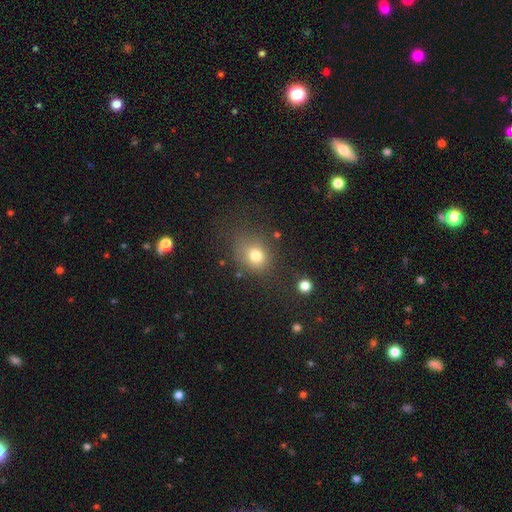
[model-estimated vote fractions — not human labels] The model was most divided on "how rounded": round: 62%, in between: 37%, cigar-shaped: 1%. More confident: smooth or featured — smooth (76%); merging — none (68%).